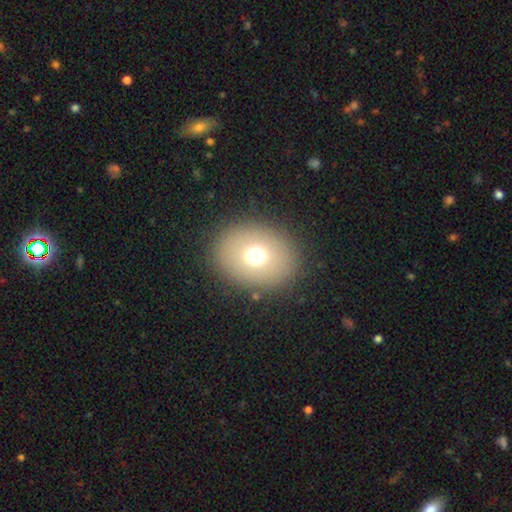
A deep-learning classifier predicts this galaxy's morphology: A smooth galaxy with no disk features (67%) that is round (56%).

Vote fractions:
- Smooth or featured? smooth: 67% / featured or disk: 17% / star or artifact: 16%
- How rounded? round: 56% / in between: 43% / cigar-shaped: 1%
- Merging? none: 86% / minor disturbance: 8% / major disturbance: 5% / merger: 2%